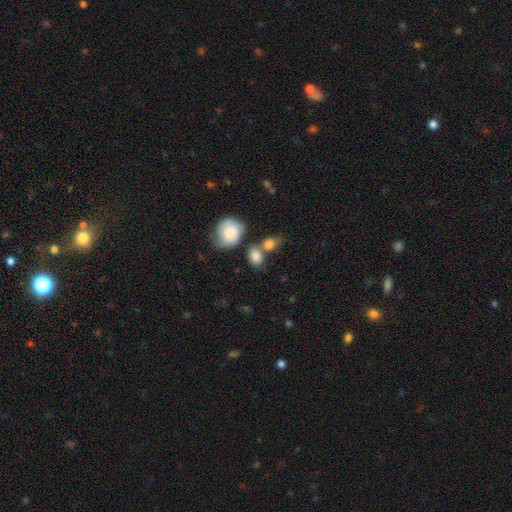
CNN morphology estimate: This appears to be a smooth galaxy with no disk features (82%) that is in between round and cigar-shaped (69%). Merging: none (40%).